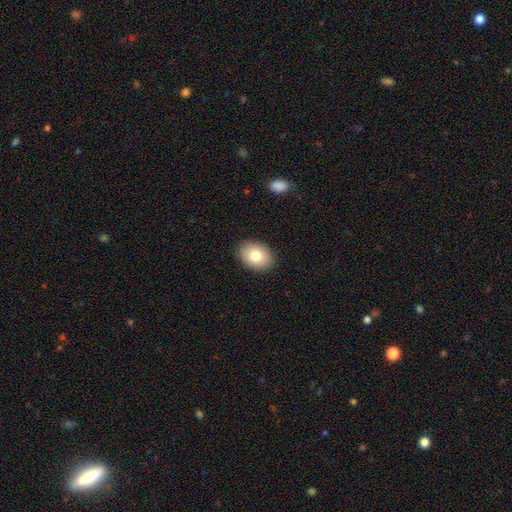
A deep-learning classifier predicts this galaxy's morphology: This is likely a smooth galaxy (80%). How rounded: likely in between (76%). Merging: clearly none (89%).